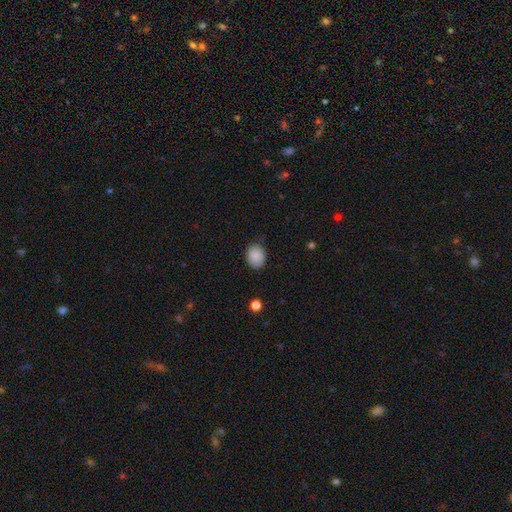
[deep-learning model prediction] smooth_or_featured: smooth (p=0.89) [alt: star or artifact p=0.08]
how_rounded: in between (p=0.57) [alt: round p=0.42]
merging: none (p=0.80) [alt: minor disturbance p=0.16]